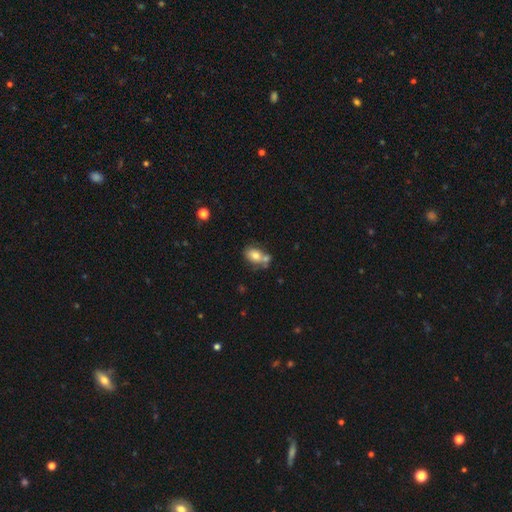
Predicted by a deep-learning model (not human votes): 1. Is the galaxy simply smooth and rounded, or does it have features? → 75% smooth, 16% featured or disk, 9% star or artifact.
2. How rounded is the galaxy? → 78% in between, 21% round, 2% cigar-shaped.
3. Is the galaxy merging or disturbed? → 45% none, 33% merger, 17% minor disturbance, 5% major disturbance.